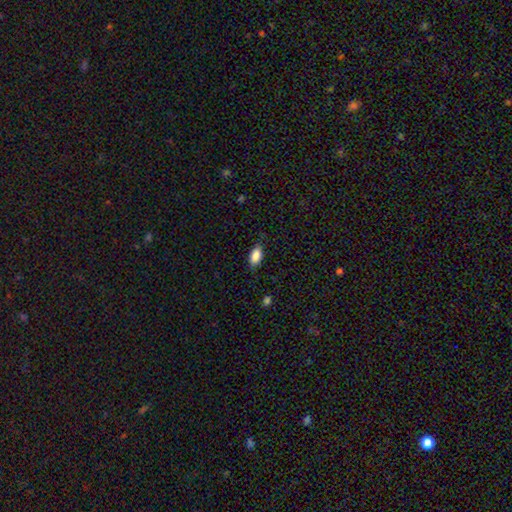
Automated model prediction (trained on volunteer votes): Smooth or featured: smooth — 87% (star or artifact — 7%)
How rounded: in between — 91% (cigar-shaped — 5%)
Merging: none — 83% (minor disturbance — 13%)